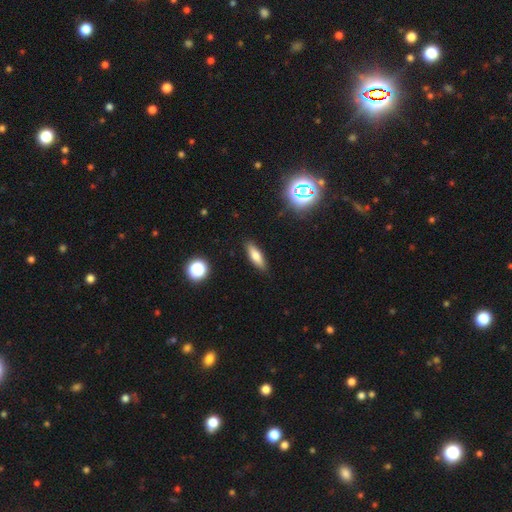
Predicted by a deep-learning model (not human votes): smooth-or-featured: smooth: 70% | featured or disk: 21% | star or artifact: 10%
  how-rounded: cigar-shaped: 50% | in between: 47% | round: 3%
  merging: none: 88% | minor disturbance: 8% | major disturbance: 2% | merger: 1%